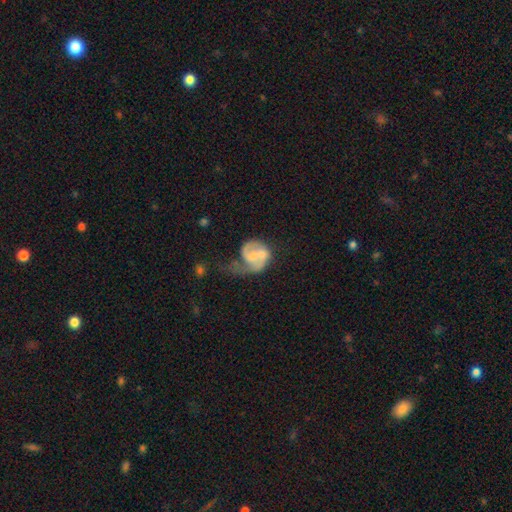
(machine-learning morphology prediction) Q: Smooth or featured?
A: featured or disk (68%); runner-up: smooth (26%)
Q: Edge-on disk?
A: no (98%); runner-up: yes (2%)
Q: Bar?
A: no (64%); runner-up: weak (30%)
Q: Spiral arms?
A: yes (83%); runner-up: no (17%)
Q: Spiral winding?
A: medium (42%); runner-up: loose (35%)
Q: Spiral arm count?
A: 2 (56%); runner-up: 1 (31%)
Q: Bulge size?
A: small (38%); runner-up: moderate (31%)
Q: Merging?
A: major disturbance (39%); runner-up: none (24%)